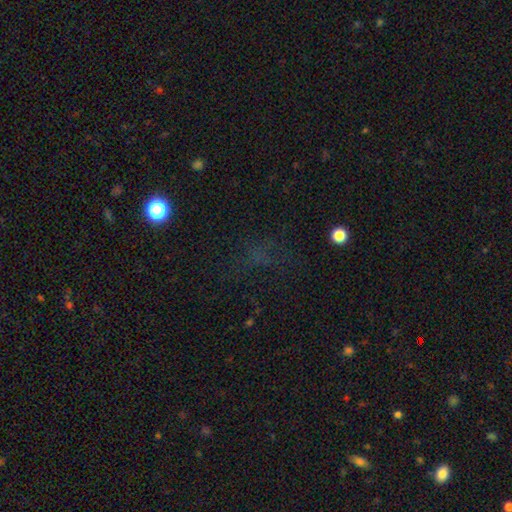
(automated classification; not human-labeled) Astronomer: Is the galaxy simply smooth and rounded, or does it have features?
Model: star or artifact — 53% (runner-up: smooth, 33%).